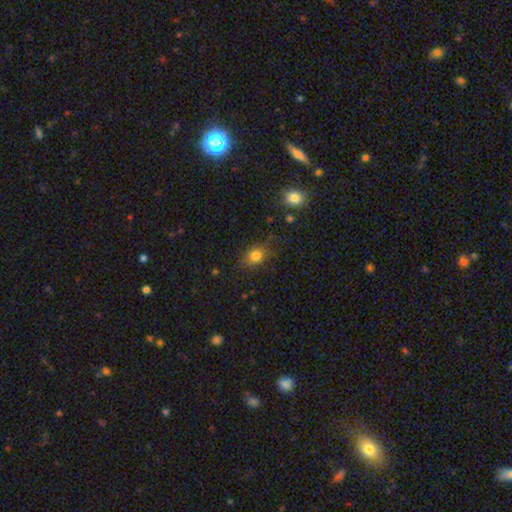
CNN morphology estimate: Q: Smooth or featured?
A: smooth (80%); runner-up: star or artifact (13%)
Q: How rounded?
A: in between (50%); runner-up: round (48%)
Q: Merging?
A: none (77%); runner-up: minor disturbance (16%)